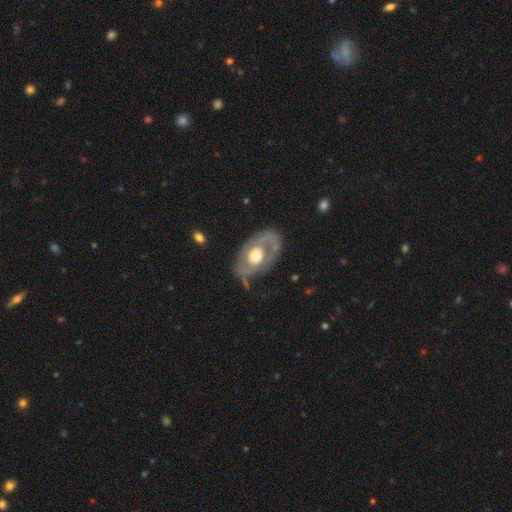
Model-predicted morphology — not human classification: smooth-or-featured: featured or disk: 71% | smooth: 25% | star or artifact: 4%
  disk-edge-on: no: 93% | yes: 7%
    bar: no: 82% | weak: 13% | strong: 4%
    has-spiral-arms: no: 55% | yes: 45%
    bulge-size: moderate: 57% | large: 33% | small: 7% | dominant: 3% | none: 1%
  merging: none: 63% | minor disturbance: 20% | major disturbance: 14% | merger: 3%